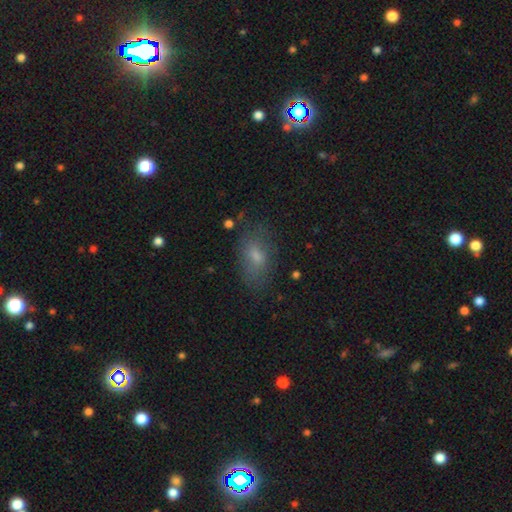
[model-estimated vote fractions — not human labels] This is likely a smooth galaxy (63%). How rounded: clearly in between (84%). Merging: likely none (72%).